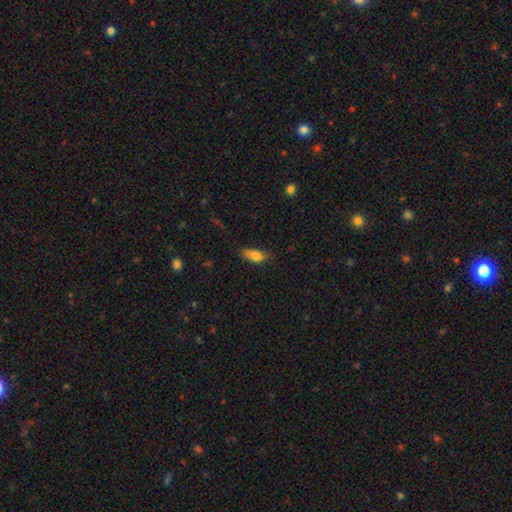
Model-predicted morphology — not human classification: Smooth or featured: smooth — 77% (featured or disk — 15%)
How rounded: in between — 77% (cigar-shaped — 19%)
Merging: none — 68% (minor disturbance — 25%)